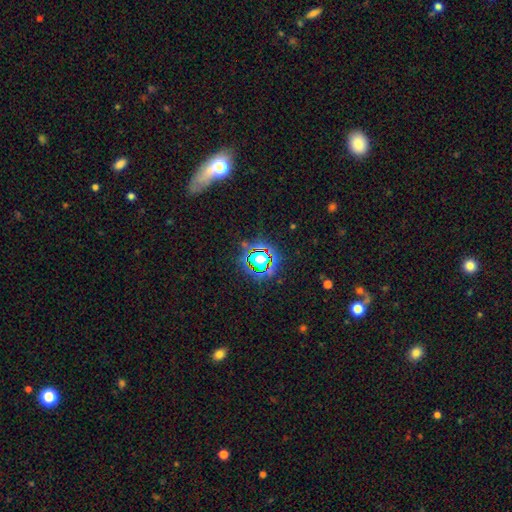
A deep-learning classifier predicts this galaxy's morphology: This is likely a star or artifact rather than a galaxy (70%).